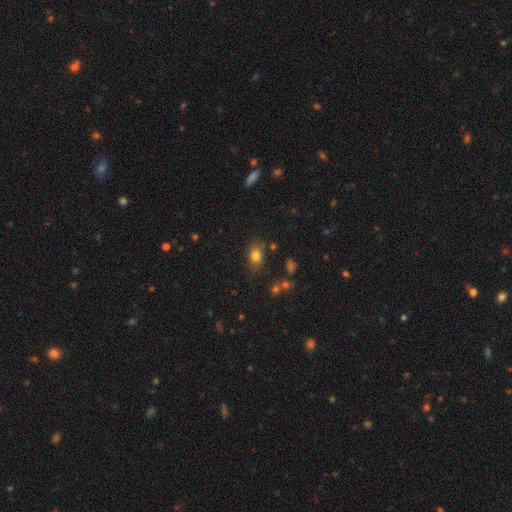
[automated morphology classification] Overall: smooth (78%). How rounded: in between (75%). Merging: none (79%).